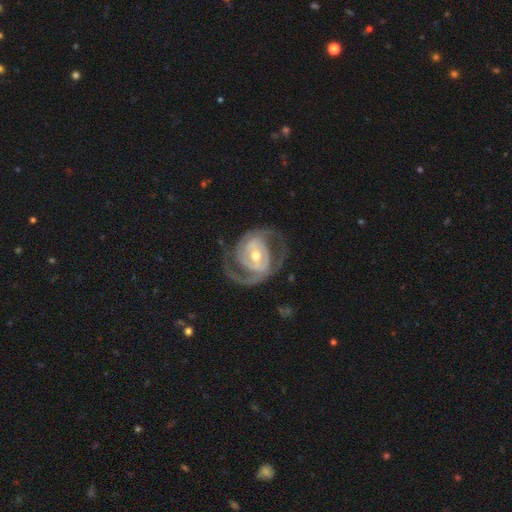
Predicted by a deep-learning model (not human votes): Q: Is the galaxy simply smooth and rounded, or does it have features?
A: featured or disk — 89%.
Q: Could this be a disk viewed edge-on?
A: no — 97%.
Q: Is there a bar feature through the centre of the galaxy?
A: weak — 41%.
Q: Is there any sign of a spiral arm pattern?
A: yes — 94%.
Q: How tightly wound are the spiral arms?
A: medium — 44%.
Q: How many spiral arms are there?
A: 2 — 80%.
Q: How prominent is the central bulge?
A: moderate — 63%.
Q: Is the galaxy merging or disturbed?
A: none — 69%.